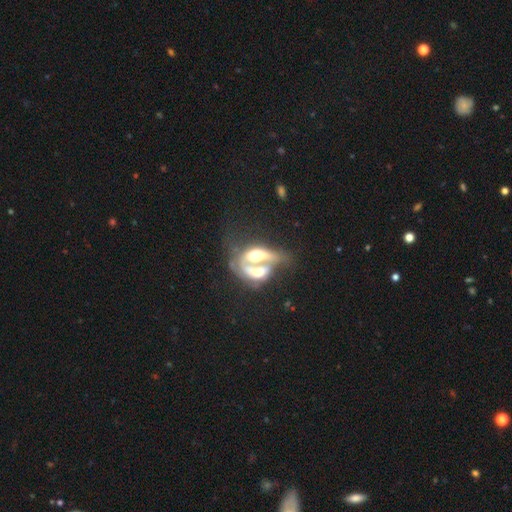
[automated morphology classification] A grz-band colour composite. It shows a featured or disk galaxy (58%). Merging: merger (79%).